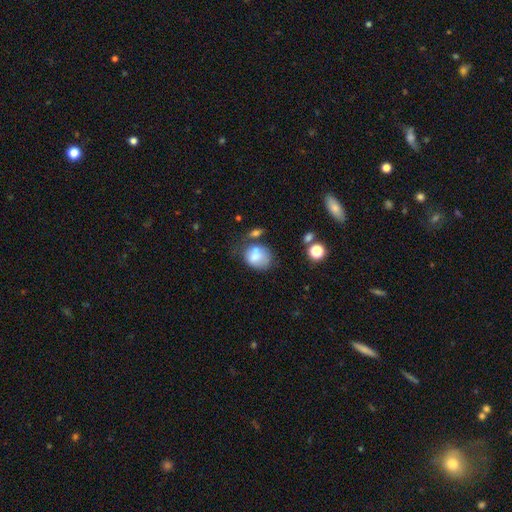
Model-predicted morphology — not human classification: type=smooth (74%); roundness=round (54%); merging=none (39%).